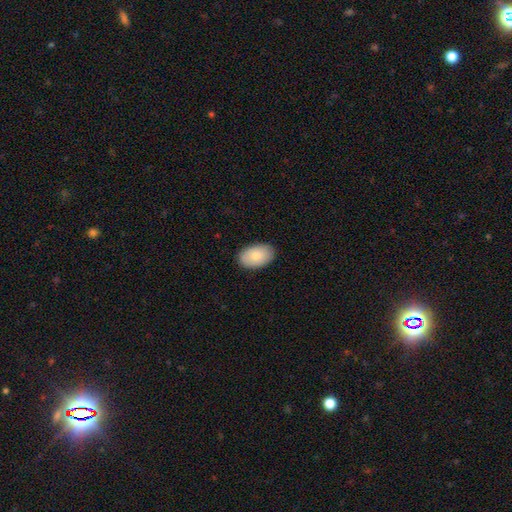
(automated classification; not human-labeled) smooth_or_featured: smooth (p=0.83) [alt: featured or disk p=0.11]
how_rounded: in between (p=0.92) [alt: round p=0.07]
merging: none (p=0.88) [alt: minor disturbance p=0.10]